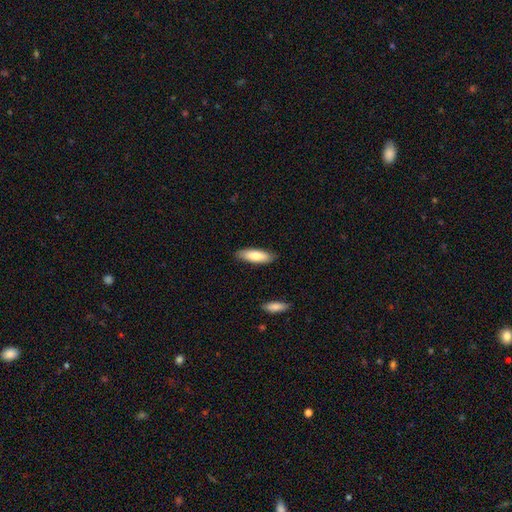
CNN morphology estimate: Overall: smooth (79%). How rounded: in between (56%; cigar-shaped 43%). Merging: none (85%).